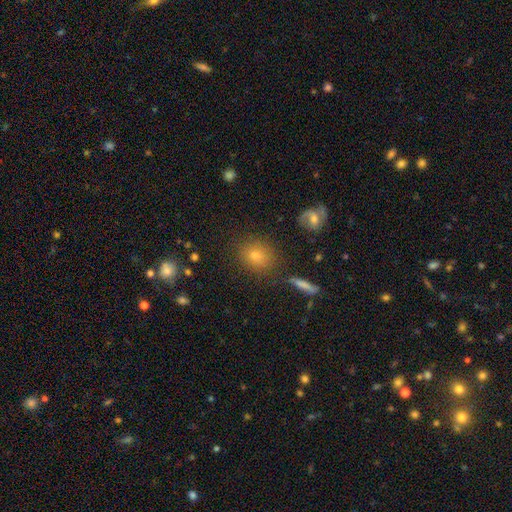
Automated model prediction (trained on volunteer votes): smooth 70%, star or artifact 18%, featured or disk 13%. Down the decision tree: how rounded — round (64%); merging — none (83%).